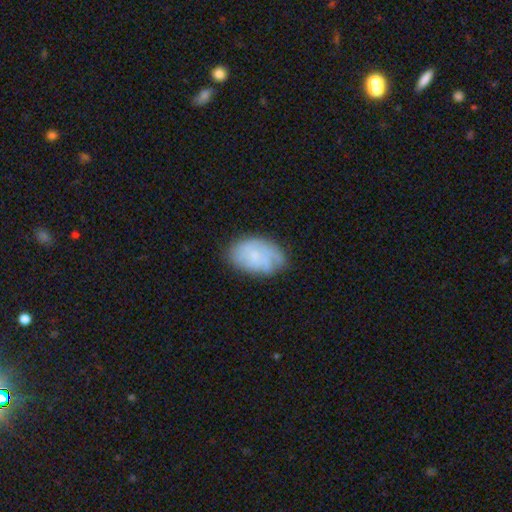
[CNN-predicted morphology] The model was most divided on "smooth or featured": smooth: 55%, featured or disk: 37%, star or artifact: 8%. More confident: how rounded — in between (89%); merging — none (64%).